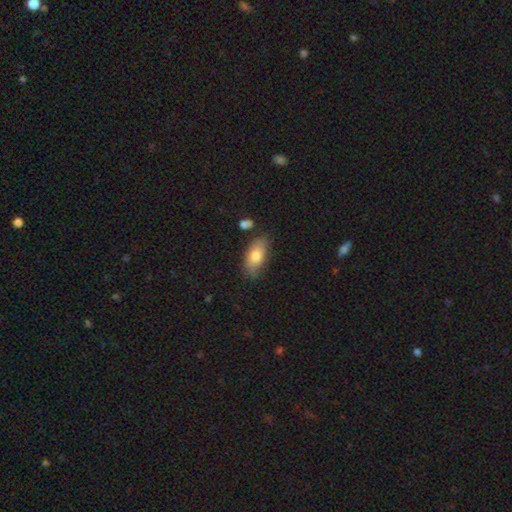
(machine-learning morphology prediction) Q: Smooth or featured?
A: smooth (76%); runner-up: featured or disk (17%)
Q: How rounded?
A: in between (90%); runner-up: cigar-shaped (6%)
Q: Merging?
A: none (70%); runner-up: minor disturbance (21%)